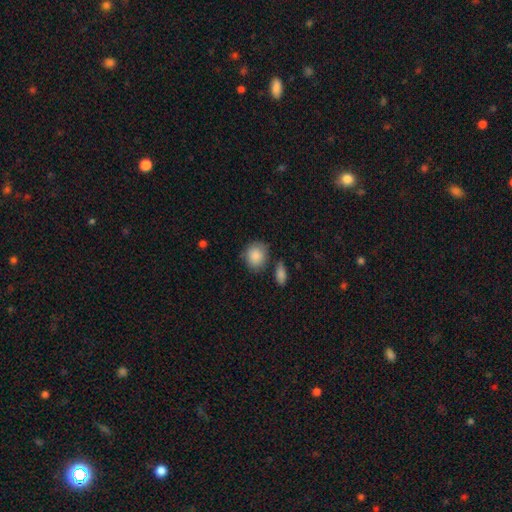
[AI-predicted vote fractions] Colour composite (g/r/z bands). It shows a smooth galaxy with no disk features (88%) that is round (63%). Merging: none (71%).